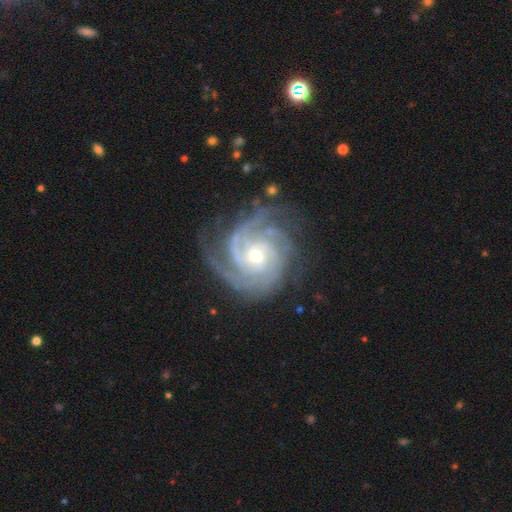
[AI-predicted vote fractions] This is clearly a featured or disk galaxy (92%). It is clearly not viewed edge-on (98%). Bar: likely no (65%). Spiral arm pattern: clearly yes (99%). Spiral arm count: marginally 3 (32%). Spiral winding: likely tight (74%). Central bulge: possibly small (51%). Merging: likely none (75%).